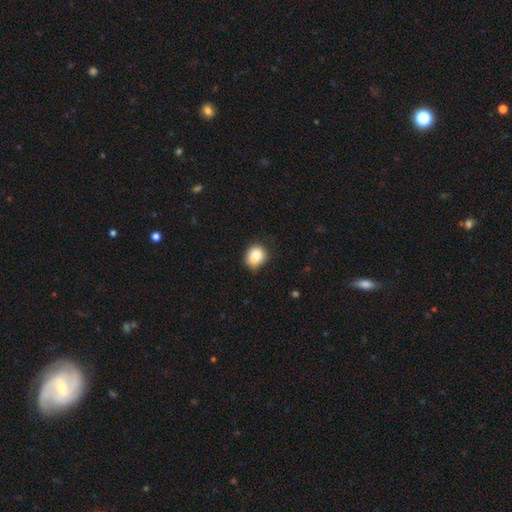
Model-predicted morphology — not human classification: type=smooth (85%); roundness=round (61%); merging=none (67%).